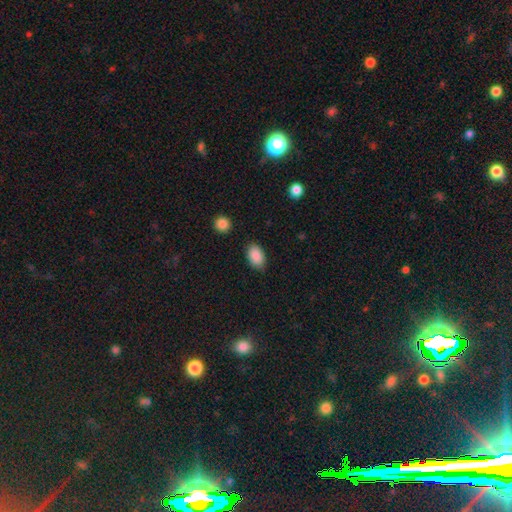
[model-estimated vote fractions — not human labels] This is clearly a smooth galaxy (89%). How rounded: clearly in between (89%). Merging: clearly none (83%).